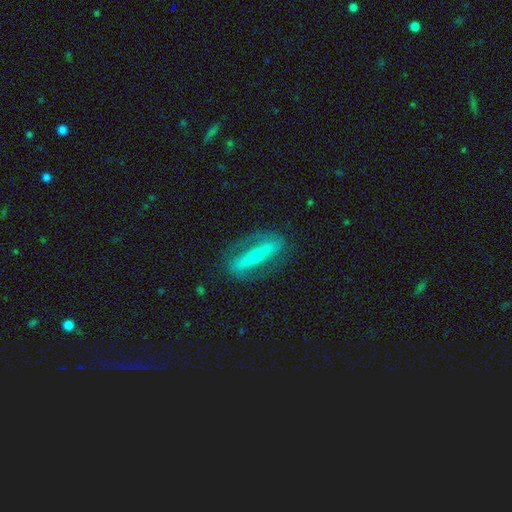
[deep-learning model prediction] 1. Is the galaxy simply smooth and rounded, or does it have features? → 69% featured or disk, 25% smooth, 6% star or artifact.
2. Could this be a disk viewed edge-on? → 56% no, 44% yes.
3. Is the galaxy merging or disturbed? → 77% none, 13% minor disturbance, 8% major disturbance, 1% merger.